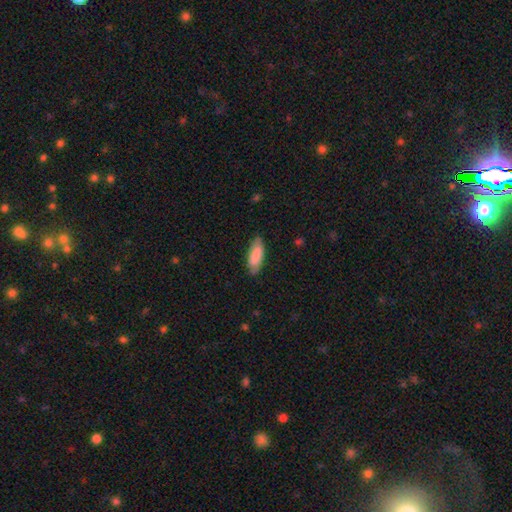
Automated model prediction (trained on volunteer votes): A smooth galaxy with no disk features (82%) that is in between round and cigar-shaped (70%). Merging: none (82%).